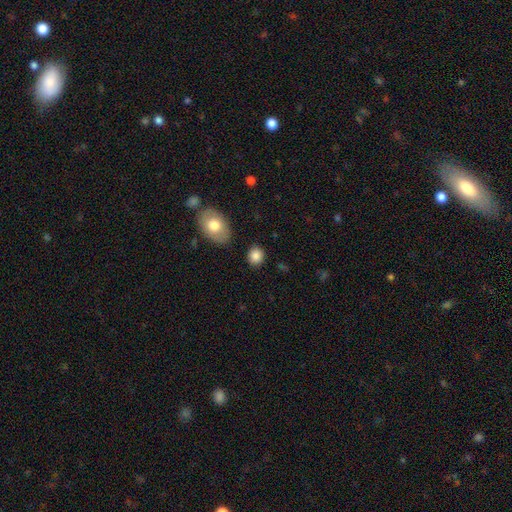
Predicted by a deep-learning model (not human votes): smooth-or-featured: smooth: 85% | star or artifact: 9% | featured or disk: 6%
  how-rounded: round: 72% | in between: 27% | cigar-shaped: 1%
  merging: none: 86% | minor disturbance: 8% | major disturbance: 3% | merger: 2%